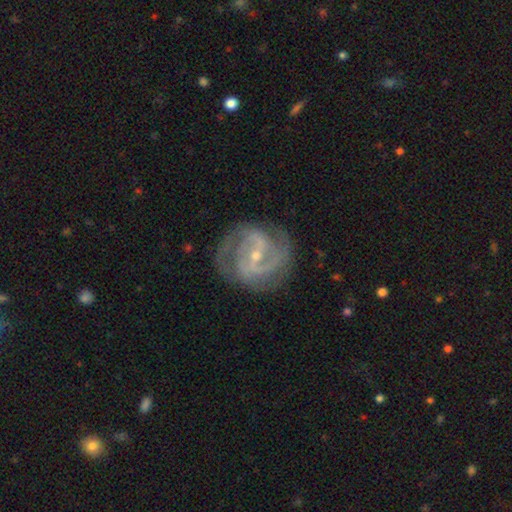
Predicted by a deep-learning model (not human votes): Overall: featured or disk (89%). Edge-on disk: no (97%). Bar: weak (44%; strong 37%). Spiral arms: yes (97%). Spiral arm count: 2 (66%). Spiral winding: medium (49%; tight 39%). Bulge size: small (67%; moderate 30%). Merging: none (76%).